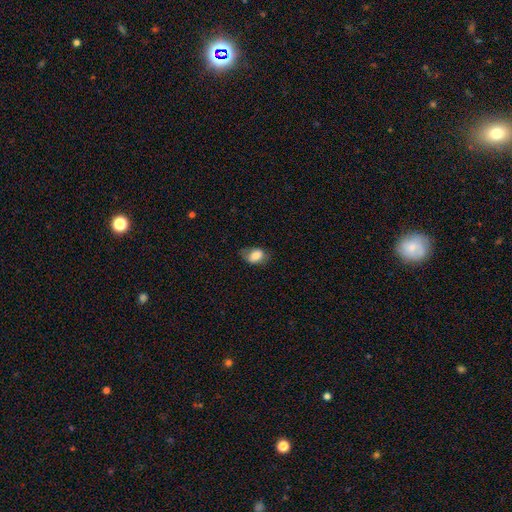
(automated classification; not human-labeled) smooth_or_featured: smooth (p=0.79) [alt: featured or disk p=0.12]
how_rounded: in between (p=0.79) [alt: round p=0.19]
merging: none (p=0.63) [alt: minor disturbance p=0.26]